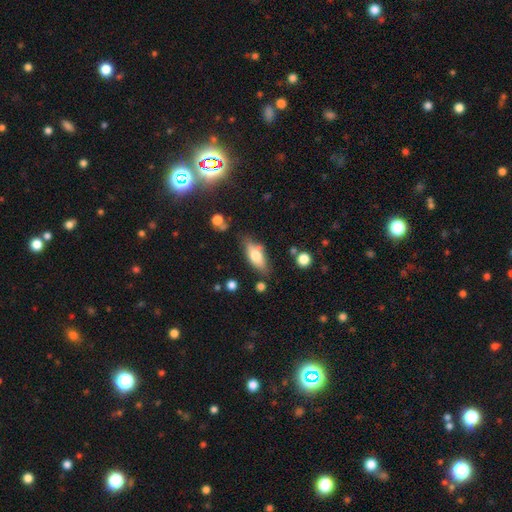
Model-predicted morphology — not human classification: This is likely a smooth galaxy (63%). How rounded: likely in between (73%). Merging: likely none (68%).